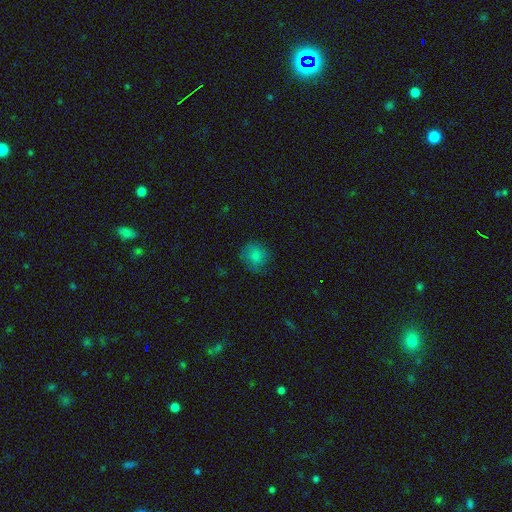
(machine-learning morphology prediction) A smooth galaxy with no disk features (81%) that is round (86%). Merging: none (75%).